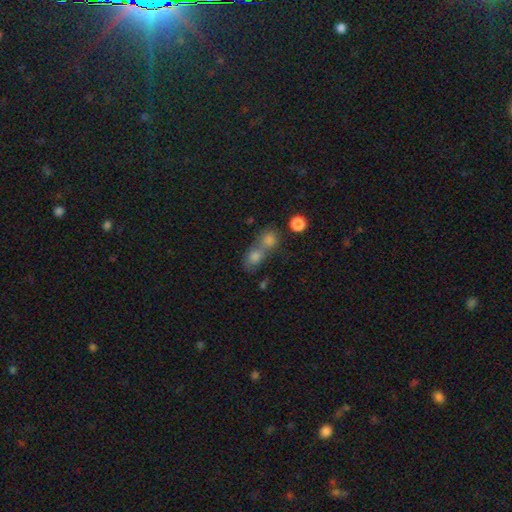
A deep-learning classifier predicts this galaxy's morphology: A smooth galaxy with no disk features (70%) that is round (48%, tied with in between). Merging: merger (58%).